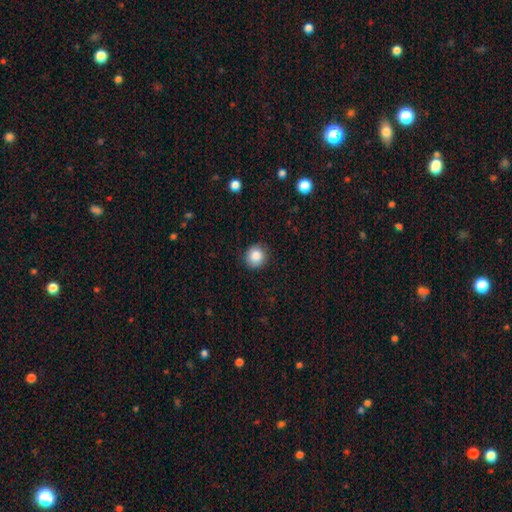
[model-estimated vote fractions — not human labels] smooth_or_featured: smooth (p=0.86) [alt: star or artifact p=0.09]
how_rounded: round (p=0.89) [alt: in between p=0.10]
merging: none (p=0.88) [alt: minor disturbance p=0.09]